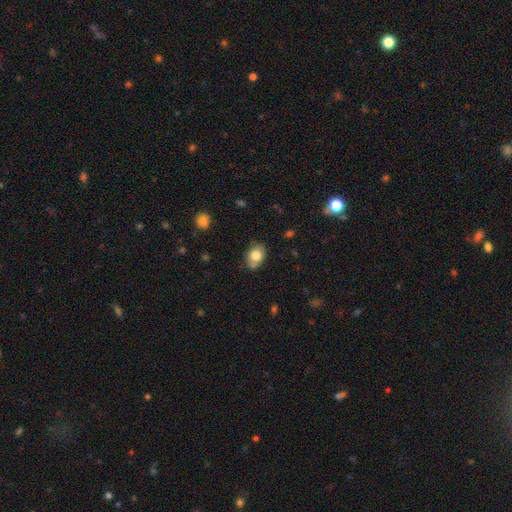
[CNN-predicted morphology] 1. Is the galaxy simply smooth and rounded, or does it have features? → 79% smooth, 13% featured or disk, 9% star or artifact.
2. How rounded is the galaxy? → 70% in between, 29% round, 1% cigar-shaped.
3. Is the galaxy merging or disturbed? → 69% none, 22% minor disturbance, 5% merger, 4% major disturbance.